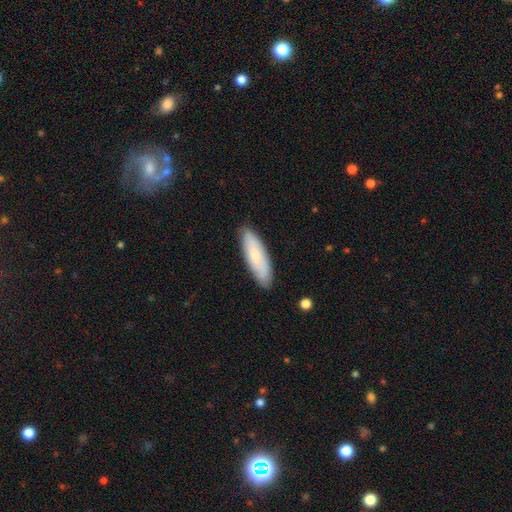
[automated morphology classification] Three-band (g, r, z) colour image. It shows a smooth galaxy with no disk features (74%) that is cigar-shaped (54%). Merging: none (86%).